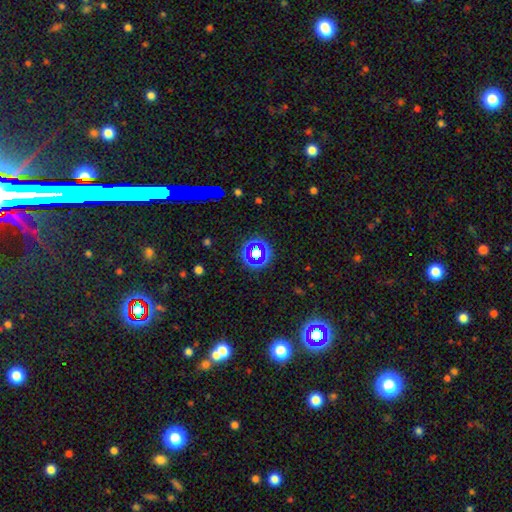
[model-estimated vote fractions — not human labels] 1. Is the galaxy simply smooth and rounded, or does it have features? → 49% star or artifact, 37% smooth, 14% featured or disk.